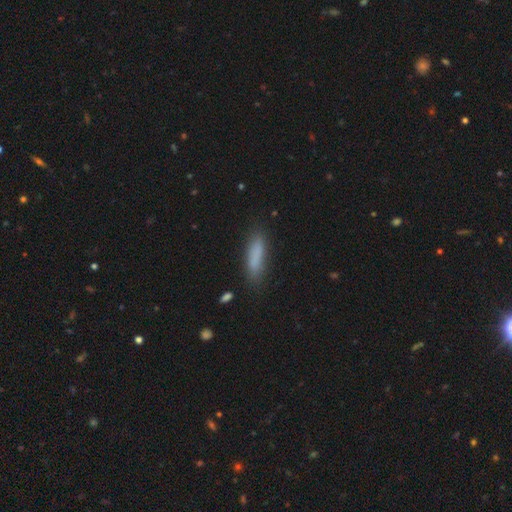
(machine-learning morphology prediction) type=smooth (83%); roundness=cigar-shaped (72%); merging=none (82%).